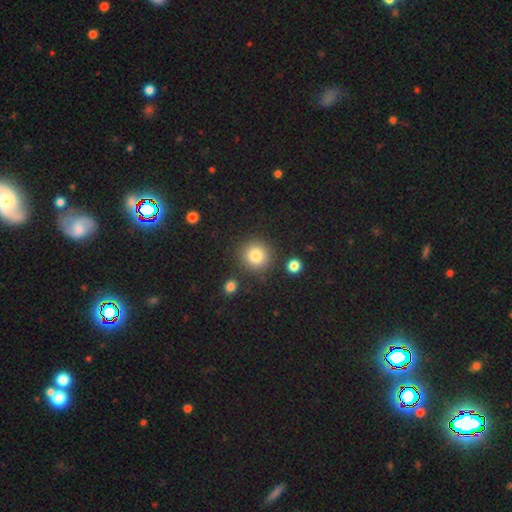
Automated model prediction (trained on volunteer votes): Smooth or featured? smooth (83%)
How rounded? round (93%)
Merging? none (85%)